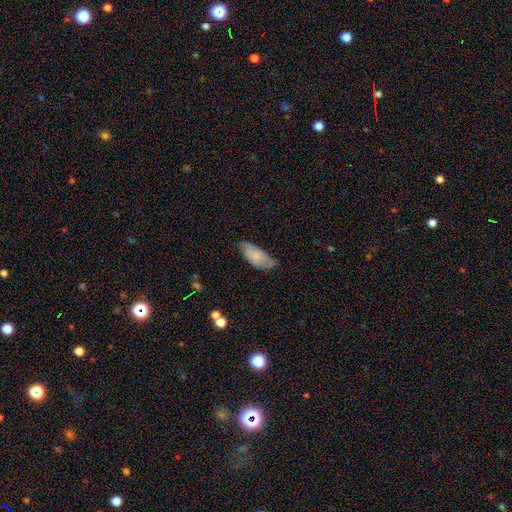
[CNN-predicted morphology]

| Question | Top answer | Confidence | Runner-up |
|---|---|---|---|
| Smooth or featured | smooth | 68% | featured or disk (26%) |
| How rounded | in between | 84% | cigar-shaped (14%) |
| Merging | none | 59% | minor disturbance (33%) |